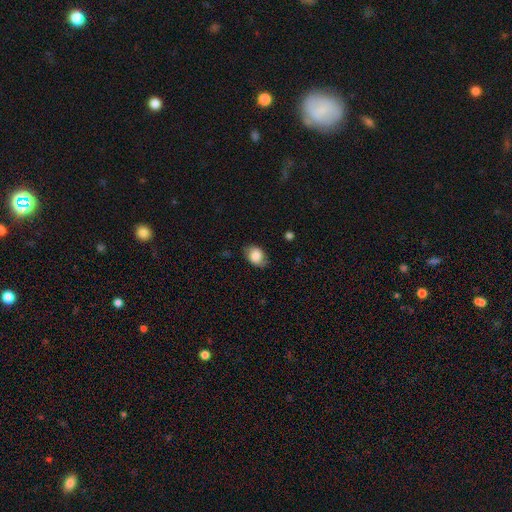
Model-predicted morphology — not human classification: A smooth galaxy with no disk features (80%) that is in between round and cigar-shaped (77%).

Vote fractions:
- Smooth or featured? smooth: 80% / featured or disk: 12% / star or artifact: 8%
- How rounded? in between: 77% / round: 22% / cigar-shaped: 1%
- Merging? none: 73% / minor disturbance: 21% / major disturbance: 5% / merger: 1%